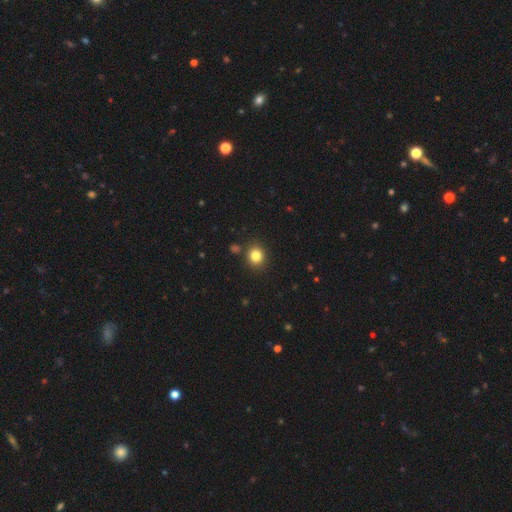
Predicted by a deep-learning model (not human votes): smooth-or-featured: smooth: 82% | star or artifact: 12% | featured or disk: 6%
  how-rounded: round: 81% | in between: 18% | cigar-shaped: 1%
  merging: none: 86% | minor disturbance: 7% | merger: 4% | major disturbance: 2%